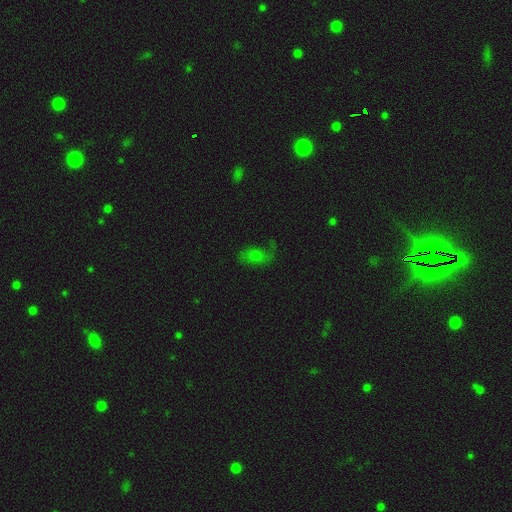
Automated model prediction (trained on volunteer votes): Smooth or featured?
  - smooth: 52% *
  - featured or disk: 26%
  - star or artifact: 21%
How rounded?
  - in between: 82% *
  - round: 15%
  - cigar-shaped: 3%
Merging?
  - none: 57% *
  - minor disturbance: 24%
  - major disturbance: 17%
  - merger: 3%